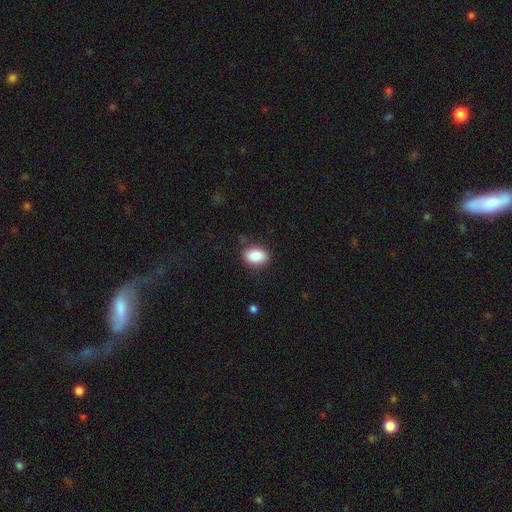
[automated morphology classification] This appears to be a smooth galaxy with no disk features (86%) that is in between round and cigar-shaped (76%). Merging: none (82%).